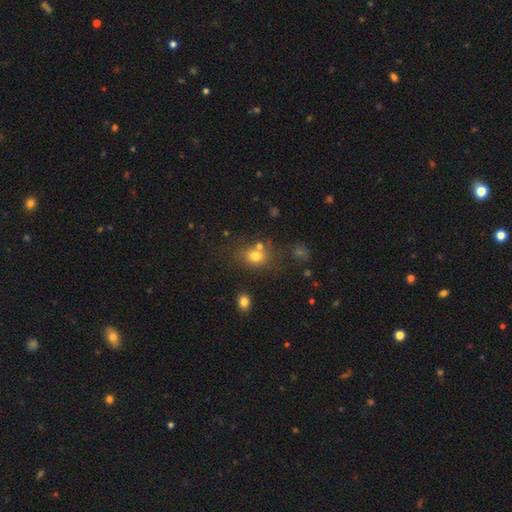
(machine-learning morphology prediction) The model was most divided on "how rounded": round: 58%, in between: 41%, cigar-shaped: 1%. More confident: smooth or featured — smooth (74%); merging — none (59%).